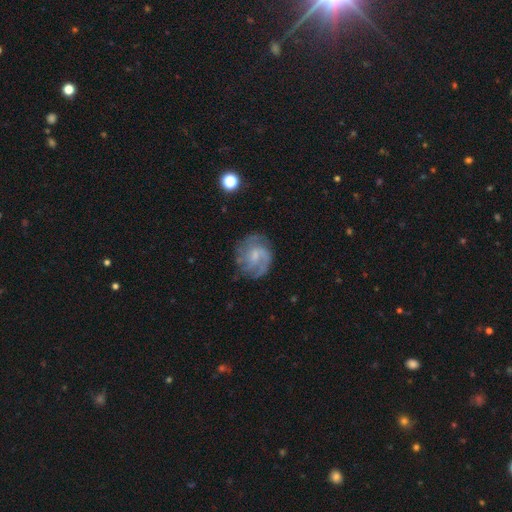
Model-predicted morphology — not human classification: Smooth or featured: featured or disk — 71% (smooth — 22%)
Edge-on disk: no — 98% (yes — 2%)
Bar: weak — 48% (no — 44%)
Spiral arms: yes — 88% (no — 12%)
Spiral winding: medium — 42% (tight — 36%)
Spiral arm count: can't tell — 33% (2 — 28%)
Bulge size: small — 50% (moderate — 25%)
Merging: none — 68% (minor disturbance — 19%)